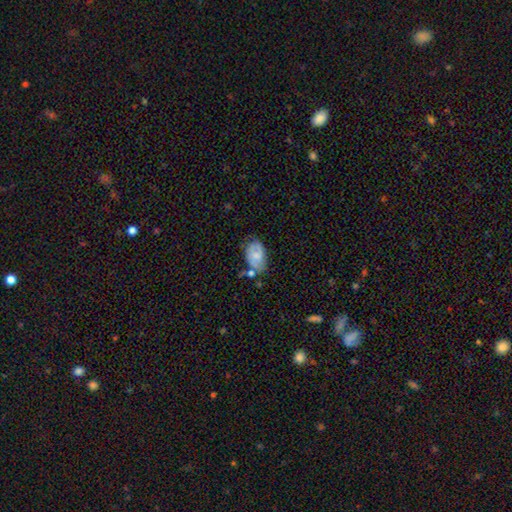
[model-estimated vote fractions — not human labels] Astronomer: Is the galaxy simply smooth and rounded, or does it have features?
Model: smooth — 57% (runner-up: featured or disk, 35%).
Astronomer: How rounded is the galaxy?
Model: in between — 90%.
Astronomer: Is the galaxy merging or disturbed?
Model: none — 49% (runner-up: minor disturbance, 29%).